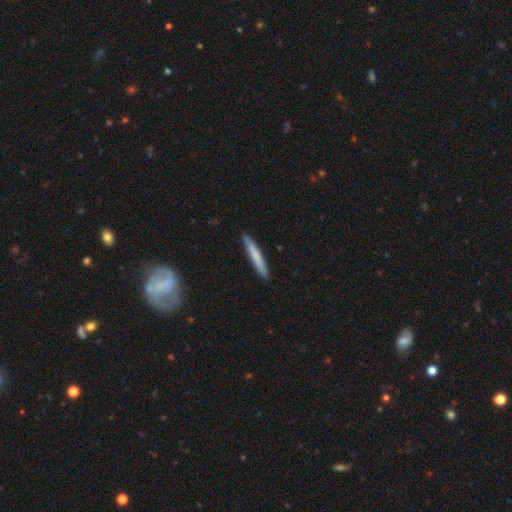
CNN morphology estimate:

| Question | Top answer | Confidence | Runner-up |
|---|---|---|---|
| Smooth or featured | smooth | 66% | featured or disk (28%) |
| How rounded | cigar-shaped | 96% | in between (3%) |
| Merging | none | 91% | minor disturbance (7%) |